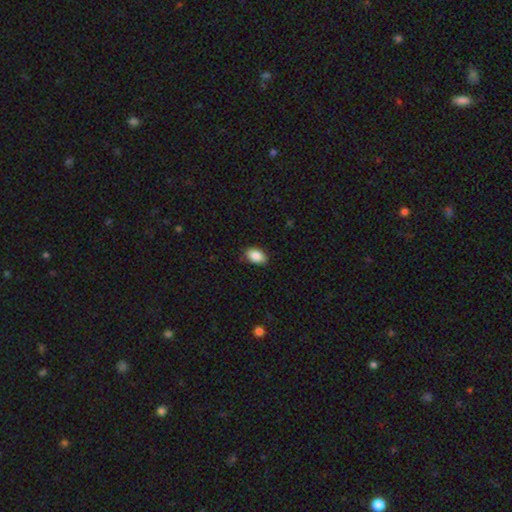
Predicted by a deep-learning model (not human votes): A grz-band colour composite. It shows a smooth galaxy with no disk features (89%) that is in between round and cigar-shaped (91%). Merging: none (85%).